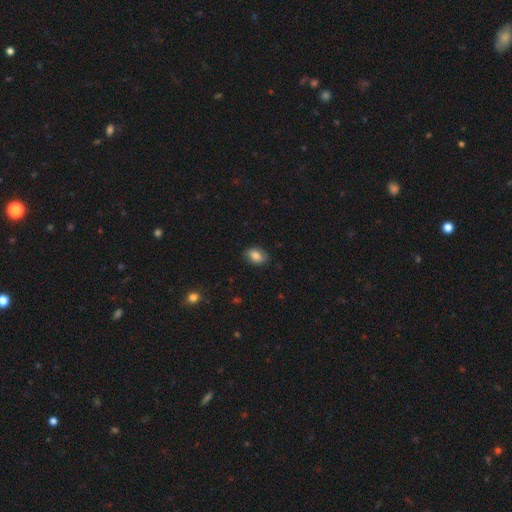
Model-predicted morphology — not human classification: Smooth or featured? Predicted: smooth (p=0.83). How rounded? Predicted: in between (p=0.78). Merging? Predicted: none (p=0.84).